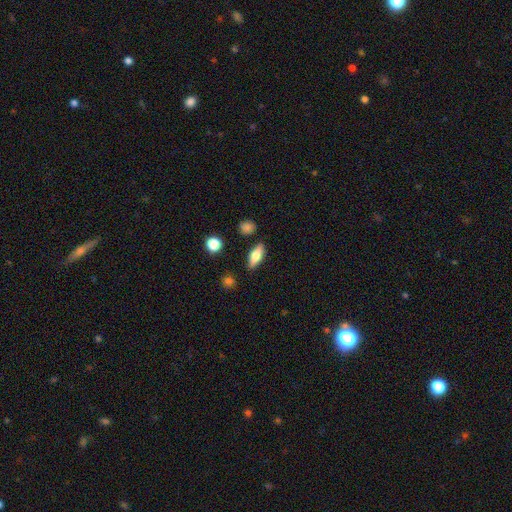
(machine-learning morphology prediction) Smooth or featured: smooth — 62% (featured or disk — 30%)
How rounded: in between — 67% (cigar-shaped — 28%)
Merging: none — 84% (minor disturbance — 10%)